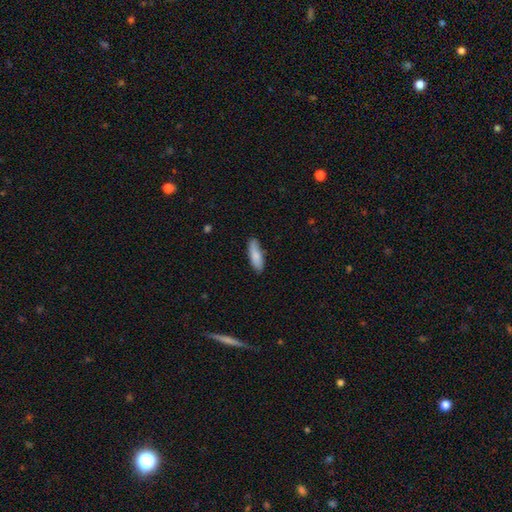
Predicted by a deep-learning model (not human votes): Smooth or featured? Predicted: smooth (p=0.83). How rounded? Predicted: cigar-shaped (p=0.52). Merging? Predicted: none (p=0.81).